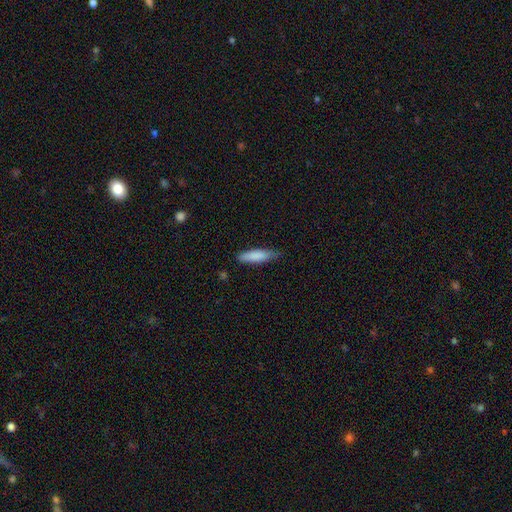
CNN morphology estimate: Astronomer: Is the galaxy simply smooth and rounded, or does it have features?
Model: smooth — 85%.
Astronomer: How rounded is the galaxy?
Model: cigar-shaped — 69%.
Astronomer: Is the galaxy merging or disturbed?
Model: none — 74%.